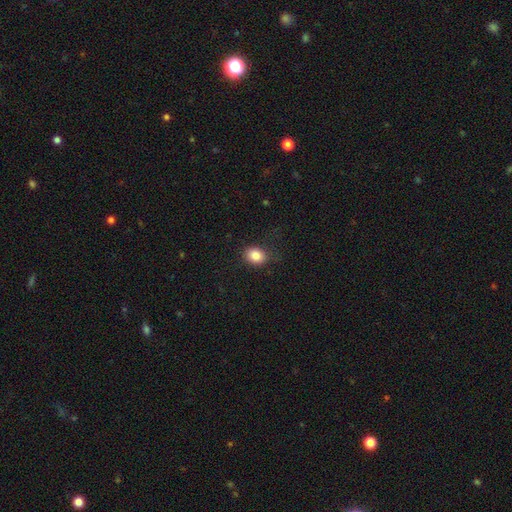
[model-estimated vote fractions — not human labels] A smooth galaxy with no disk features (84%) that is in between round and cigar-shaped (54%). Merging: none (80%).